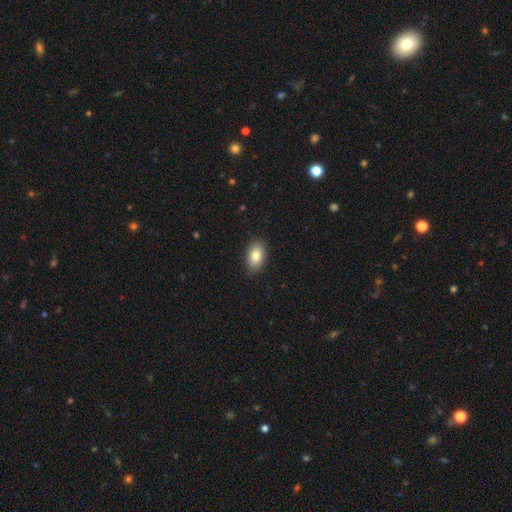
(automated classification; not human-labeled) Smooth or featured: smooth — 83% (featured or disk — 9%)
How rounded: in between — 91% (round — 7%)
Merging: none — 89% (minor disturbance — 8%)